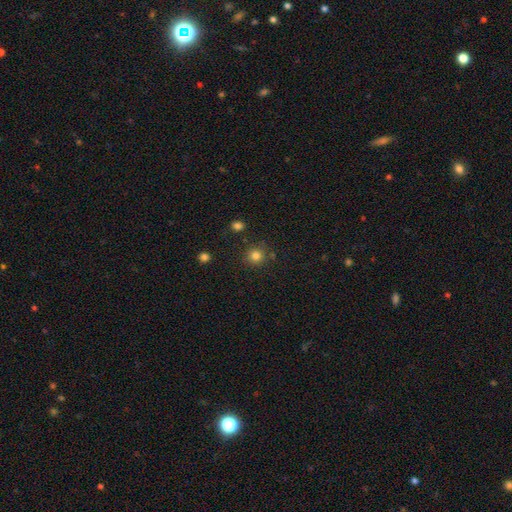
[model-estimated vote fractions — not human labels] Morphology: type=smooth (81%); roundness=round (90%); merging=none (81%).